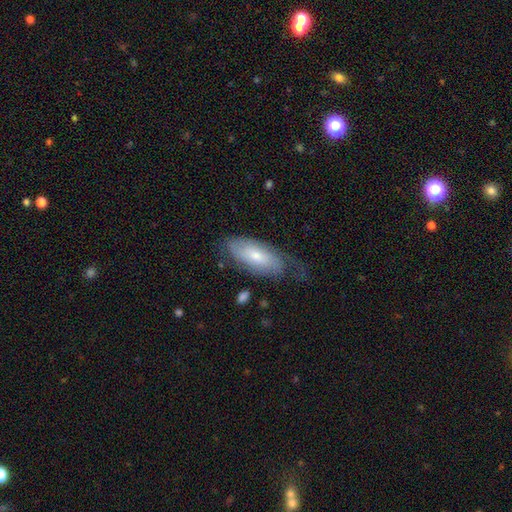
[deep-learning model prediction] Smooth or featured? Predicted: smooth (p=0.49). Merging? Predicted: none (p=0.46).